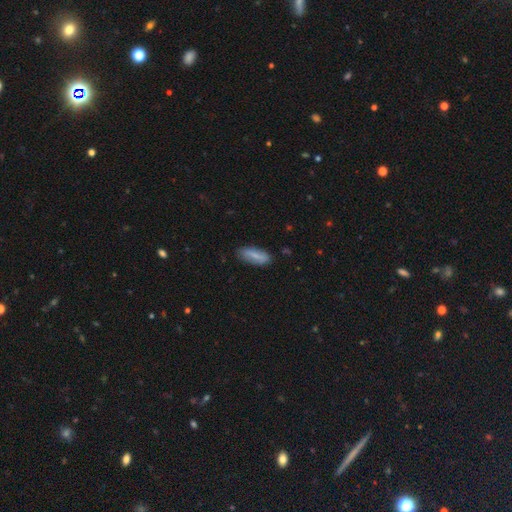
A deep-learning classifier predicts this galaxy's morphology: Overall: smooth (74%). How rounded: in between (70%). Merging: none (81%).